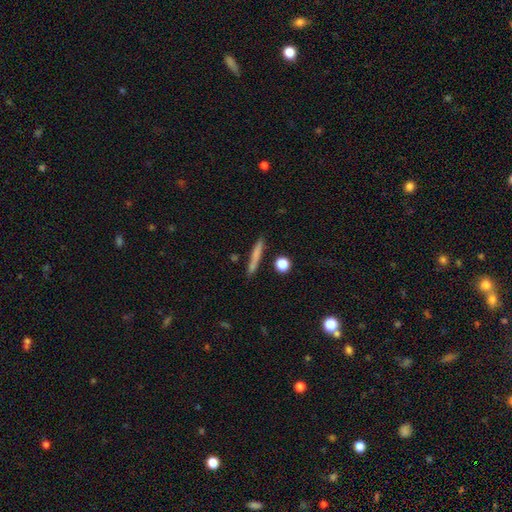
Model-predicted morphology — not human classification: Smooth or featured? Predicted: smooth (p=0.70). How rounded? Predicted: cigar-shaped (p=0.93). Merging? Predicted: none (p=0.85).